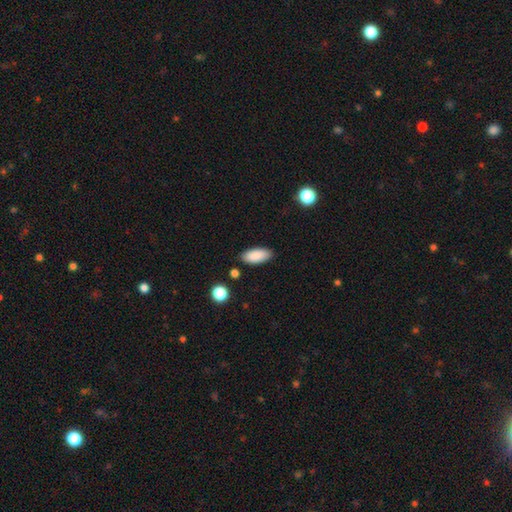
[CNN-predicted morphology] smooth_or_featured: smooth (p=0.89) [alt: star or artifact p=0.07]
how_rounded: in between (p=0.88) [alt: cigar-shaped p=0.11]
merging: none (p=0.86) [alt: minor disturbance p=0.10]